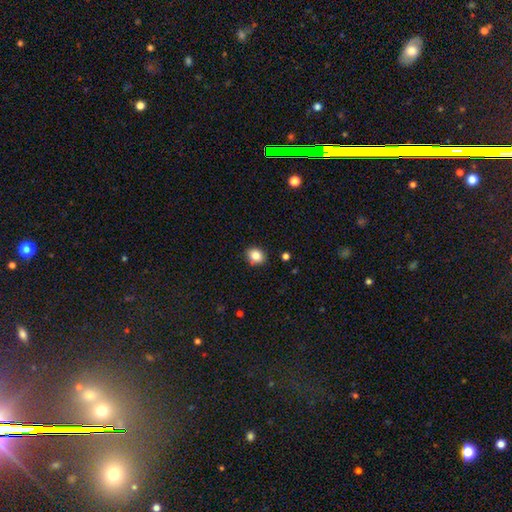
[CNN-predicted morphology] This is clearly a smooth galaxy (84%). How rounded: likely round (62%). Merging: clearly none (86%).